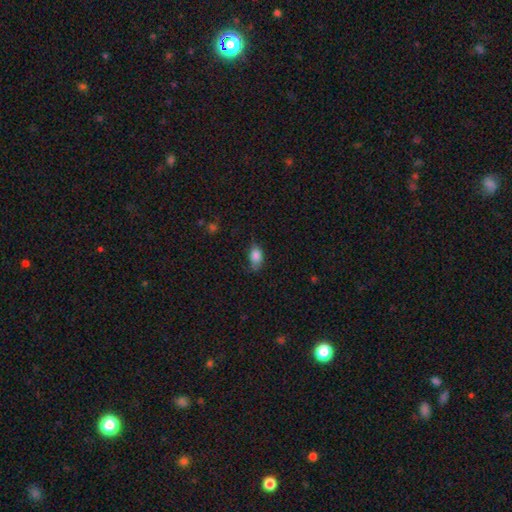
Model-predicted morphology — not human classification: This appears to be a smooth galaxy with no disk features (84%) that is in between round and cigar-shaped (87%). Merging: none (61%).